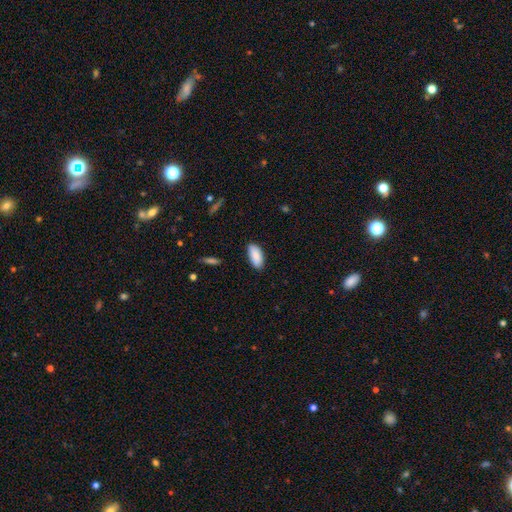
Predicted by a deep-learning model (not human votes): Smooth or featured? Predicted: smooth (p=0.87). How rounded? Predicted: in between (p=0.91). Merging? Predicted: none (p=0.85).